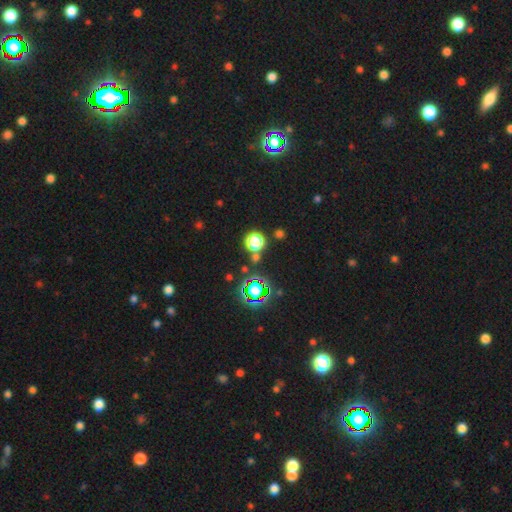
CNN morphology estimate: star or artifact 69%, smooth 24%, featured or disk 7%.